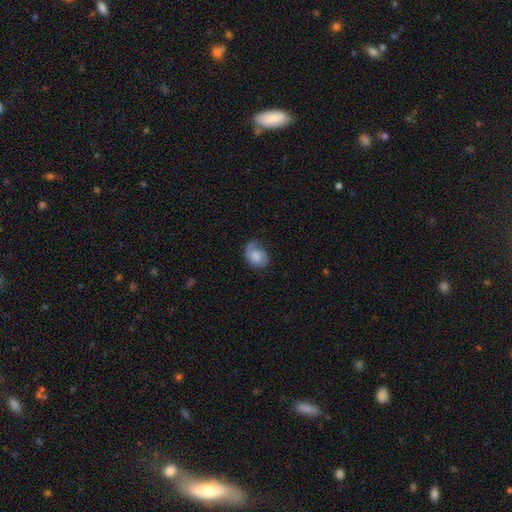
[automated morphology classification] This appears to be a smooth galaxy with no disk features (49%). Merging: none (57%).